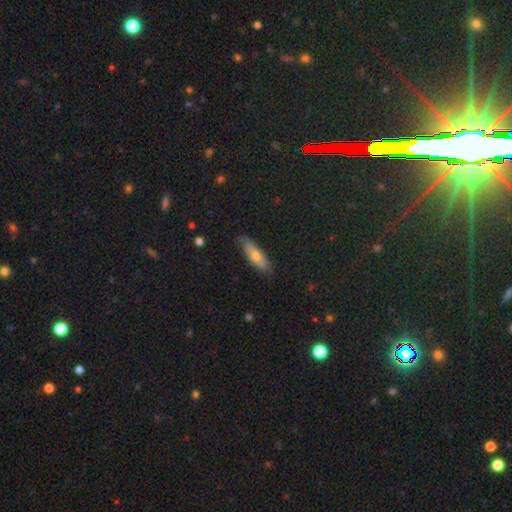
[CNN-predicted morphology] type=smooth (62%); roundness=cigar-shaped (51%); merging=none (78%).